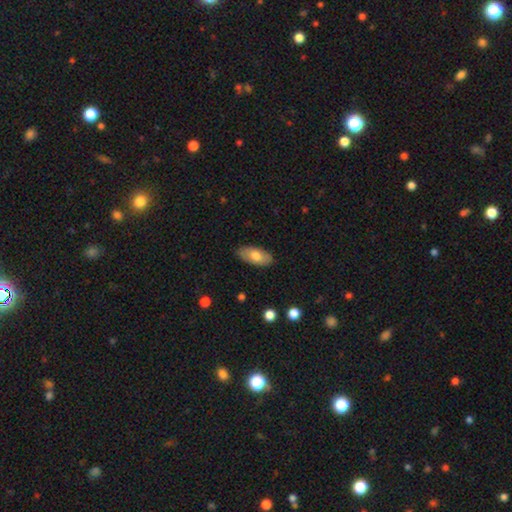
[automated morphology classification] A smooth galaxy with no disk features (69%) that is in between round and cigar-shaped (92%).

Vote fractions:
- Smooth or featured? smooth: 69% / featured or disk: 25% / star or artifact: 6%
- How rounded? in between: 92% / cigar-shaped: 5% / round: 3%
- Merging? none: 84% / minor disturbance: 12% / major disturbance: 2% / merger: 1%